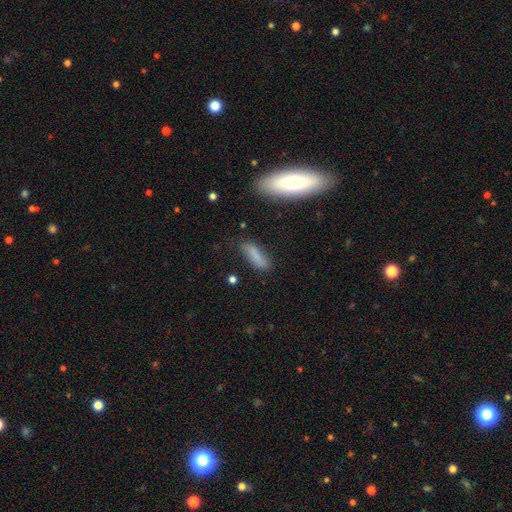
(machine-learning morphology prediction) smooth-or-featured: smooth: 80% | featured or disk: 12% | star or artifact: 8%
  how-rounded: cigar-shaped: 53% | in between: 45% | round: 2%
  merging: none: 72% | minor disturbance: 20% | major disturbance: 5% | merger: 3%